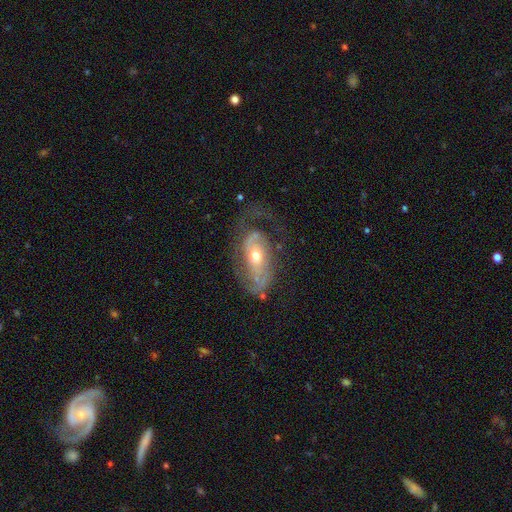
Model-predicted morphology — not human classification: A featured or disk galaxy (79%) with no bar (64%), 2 (54%) medium (40%) spiral arms (85%) and a moderate central bulge (55%). Merging: none (49%).